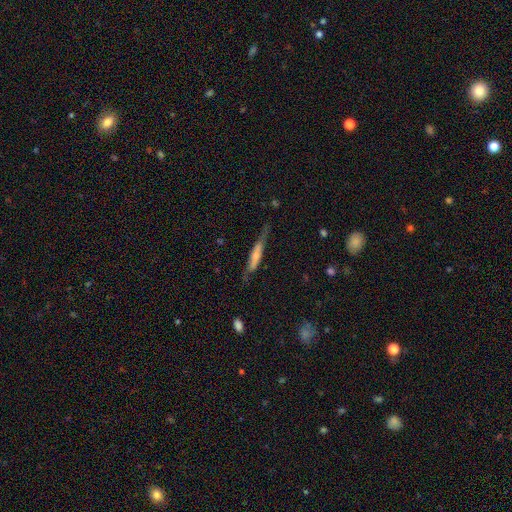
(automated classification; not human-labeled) A smooth galaxy with no disk features (48%).

Vote fractions:
- Smooth or featured? smooth: 48% / featured or disk: 46% / star or artifact: 6%
- Merging? none: 59% / minor disturbance: 28% / major disturbance: 10% / merger: 3%